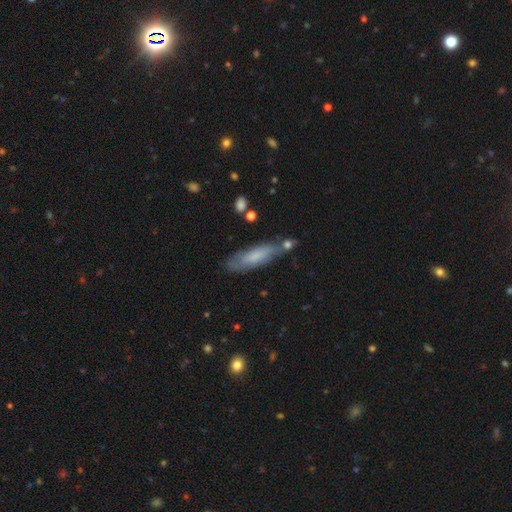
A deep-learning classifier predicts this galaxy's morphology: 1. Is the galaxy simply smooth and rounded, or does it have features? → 58% smooth, 34% featured or disk, 8% star or artifact.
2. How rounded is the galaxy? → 66% cigar-shaped, 32% in between, 2% round.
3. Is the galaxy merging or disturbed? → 67% none, 20% minor disturbance, 8% merger, 5% major disturbance.